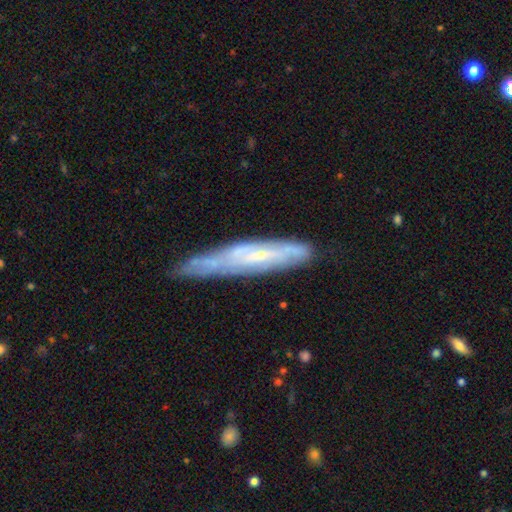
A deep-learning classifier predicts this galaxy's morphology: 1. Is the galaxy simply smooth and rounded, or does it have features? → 65% featured or disk, 28% smooth, 7% star or artifact.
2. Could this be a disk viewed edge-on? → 60% yes, 40% no.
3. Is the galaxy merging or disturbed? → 65% none, 25% minor disturbance, 7% major disturbance, 3% merger.